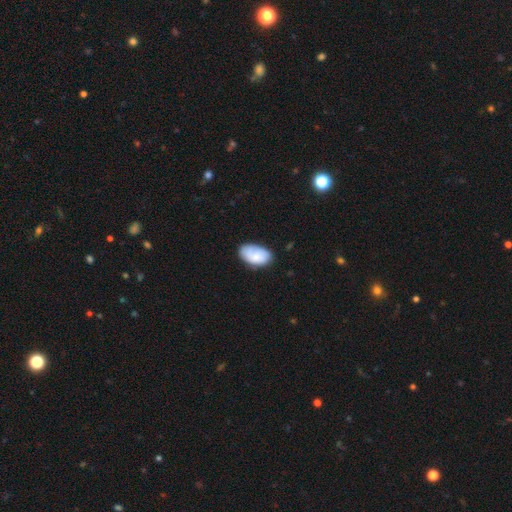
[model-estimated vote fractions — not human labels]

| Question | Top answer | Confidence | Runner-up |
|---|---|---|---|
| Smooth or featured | smooth | 79% | featured or disk (15%) |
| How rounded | in between | 94% | round (5%) |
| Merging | none | 70% | minor disturbance (23%) |